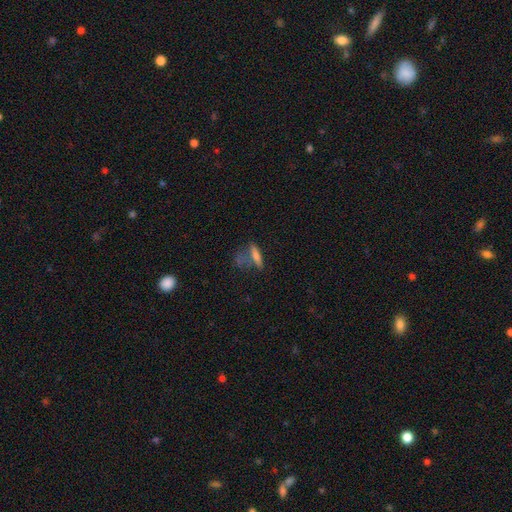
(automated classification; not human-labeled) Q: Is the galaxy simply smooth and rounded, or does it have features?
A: smooth — 61%.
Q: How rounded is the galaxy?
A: cigar-shaped — 67%.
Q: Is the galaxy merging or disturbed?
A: none — 52%.